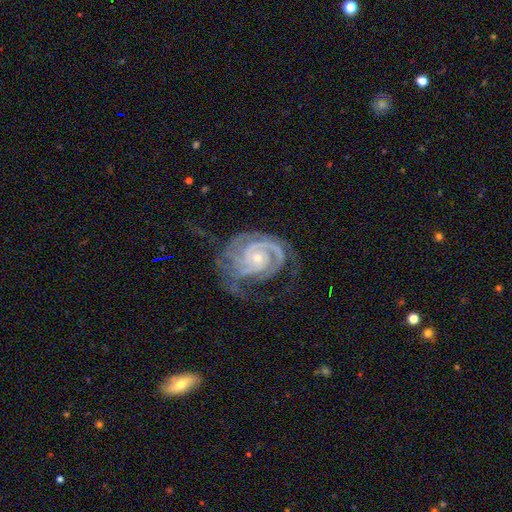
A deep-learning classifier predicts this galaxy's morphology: Q: Smooth or featured?
A: featured or disk (90%); runner-up: star or artifact (6%)
Q: Edge-on disk?
A: no (97%); runner-up: yes (3%)
Q: Bar?
A: no (66%); runner-up: weak (24%)
Q: Spiral arms?
A: yes (98%); runner-up: no (2%)
Q: Spiral winding?
A: tight (74%); runner-up: medium (22%)
Q: Spiral arm count?
A: 2 (50%); runner-up: 3 (22%)
Q: Bulge size?
A: small (68%); runner-up: moderate (28%)
Q: Merging?
A: none (63%); runner-up: minor disturbance (21%)